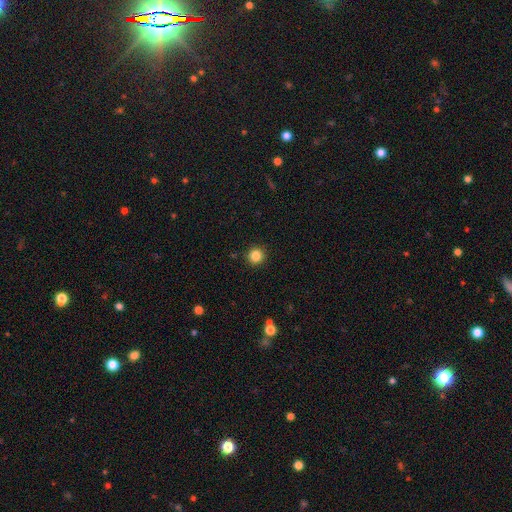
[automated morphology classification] smooth 84%, star or artifact 11%, featured or disk 4%. Down the decision tree: how rounded — round (94%); merging — none (92%).